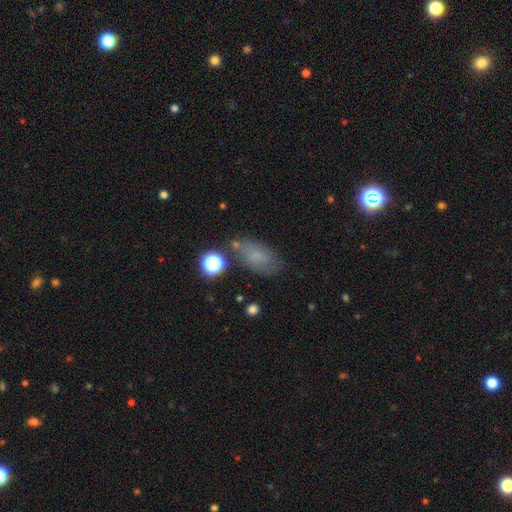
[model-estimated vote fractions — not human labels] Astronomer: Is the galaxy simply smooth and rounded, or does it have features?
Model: smooth — 69%.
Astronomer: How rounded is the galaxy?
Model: in between — 87%.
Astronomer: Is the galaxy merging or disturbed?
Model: none — 66%.